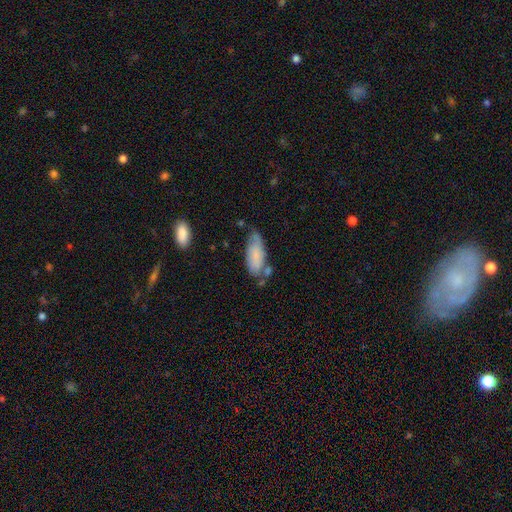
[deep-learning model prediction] Smooth or featured? Predicted: smooth (p=0.77). How rounded? Predicted: in between (p=0.75). Merging? Predicted: none (p=0.48).